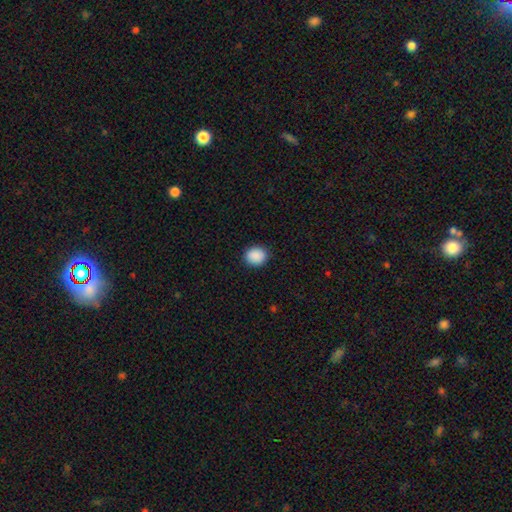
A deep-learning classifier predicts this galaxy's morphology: type=smooth (90%); roundness=round (68%); merging=none (91%).